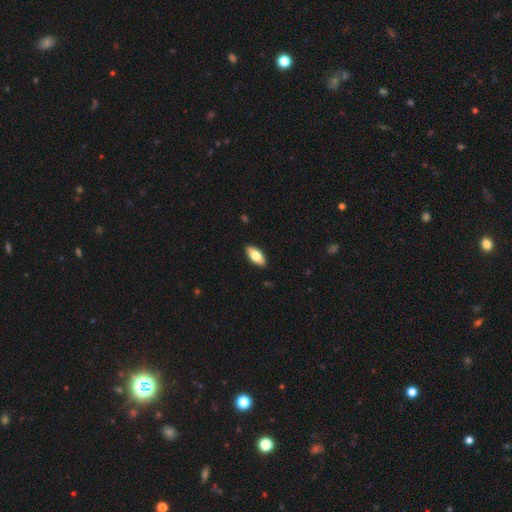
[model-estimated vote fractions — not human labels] Morphology: type=smooth (71%); roundness=in between (83%); merging=none (90%).